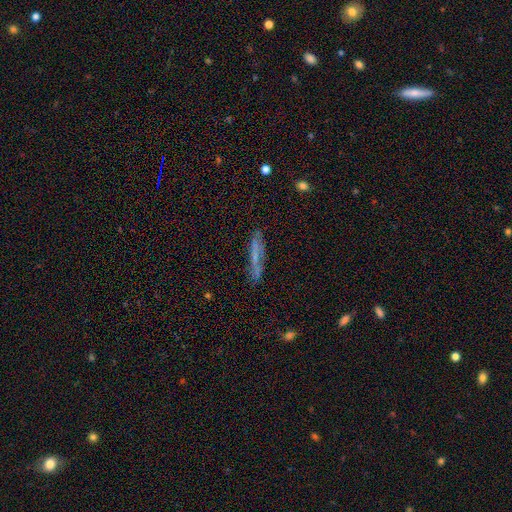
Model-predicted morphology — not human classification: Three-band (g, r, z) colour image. It shows a smooth galaxy with no disk features (49%). Merging: none (78%).